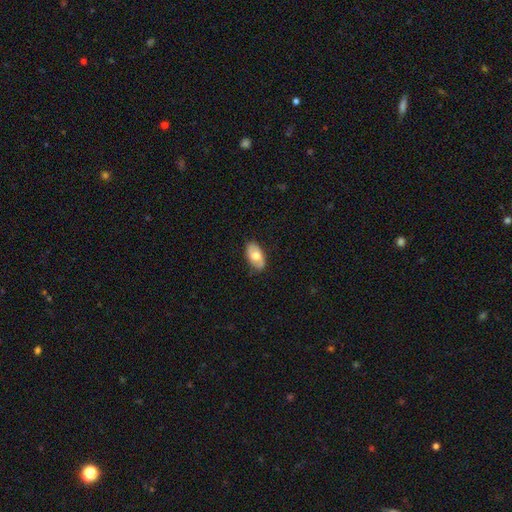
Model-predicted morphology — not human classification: smooth_or_featured: smooth (p=0.60) [alt: featured or disk p=0.34]
how_rounded: in between (p=0.94) [alt: round p=0.04]
merging: none (p=0.82) [alt: minor disturbance p=0.14]